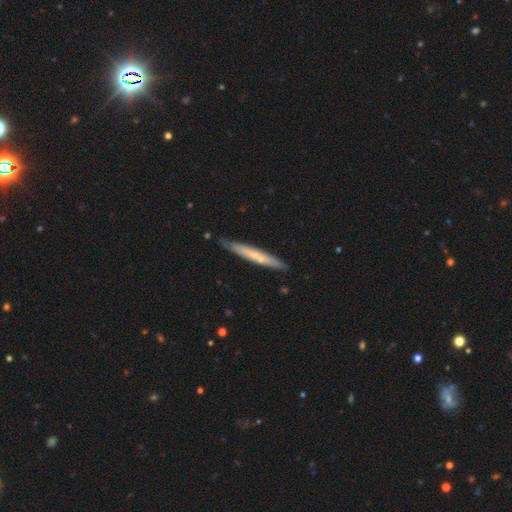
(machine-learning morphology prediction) This appears to be a smooth galaxy with no disk features (51%) that is cigar-shaped (96%). Merging: none (82%).